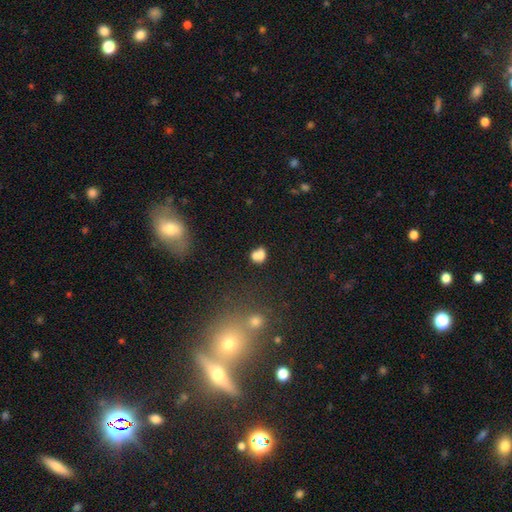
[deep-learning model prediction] Smooth or featured? Predicted: smooth (p=0.71). How rounded? Predicted: round (p=0.56). Merging? Predicted: merger (p=0.47).